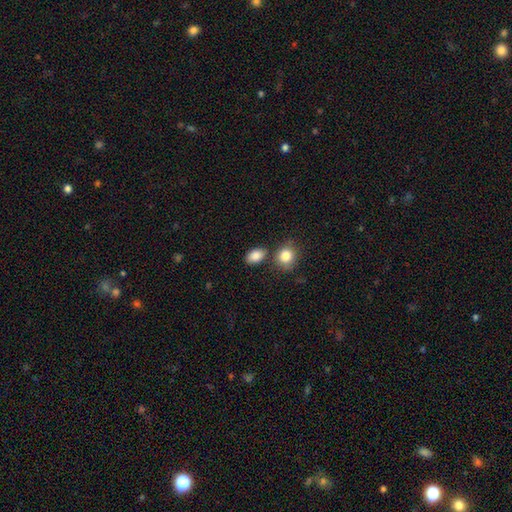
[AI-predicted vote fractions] Smooth or featured? Predicted: smooth (p=0.86). How rounded? Predicted: in between (p=0.81). Merging? Predicted: none (p=0.74).